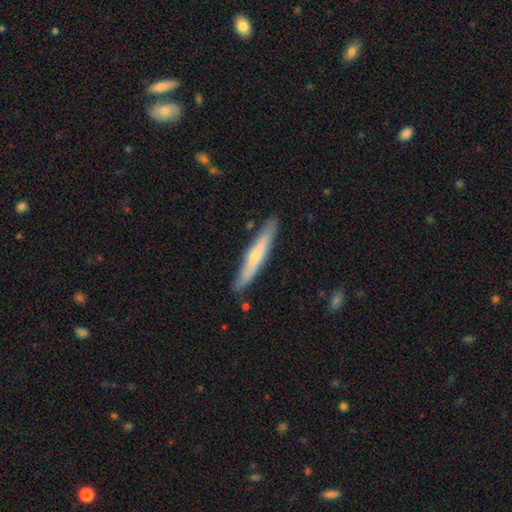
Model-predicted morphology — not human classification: Overall: smooth (50%; featured or disk 44%). How rounded: cigar-shaped (93%). Merging: none (86%).